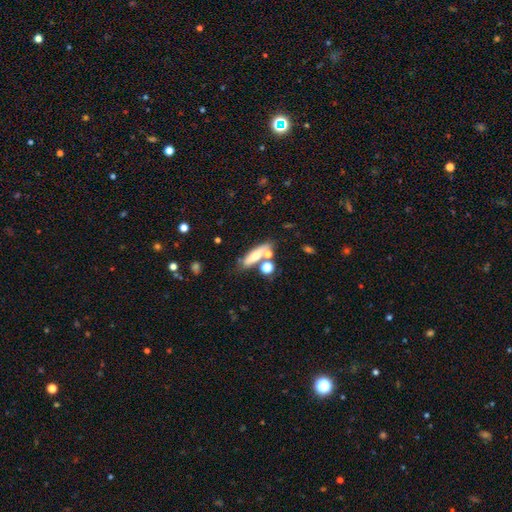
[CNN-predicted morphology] type=smooth (63%); roundness=cigar-shaped (49%); merging=none (57%).